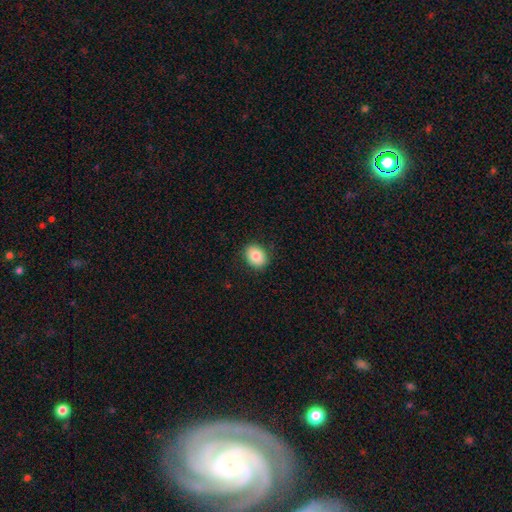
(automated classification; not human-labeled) The model was most divided on "how rounded": in between: 50%, round: 49%, cigar-shaped: 1%. More confident: merging — none (88%); smooth or featured — smooth (83%).